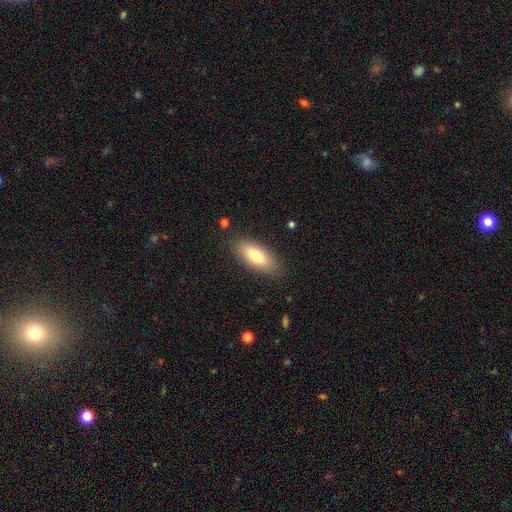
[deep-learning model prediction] A smooth galaxy with no disk features (78%) that is in between round and cigar-shaped (79%).

Vote fractions:
- Smooth or featured? smooth: 78% / featured or disk: 16% / star or artifact: 6%
- How rounded? in between: 79% / cigar-shaped: 18% / round: 2%
- Merging? none: 85% / minor disturbance: 11% / major disturbance: 3% / merger: 1%